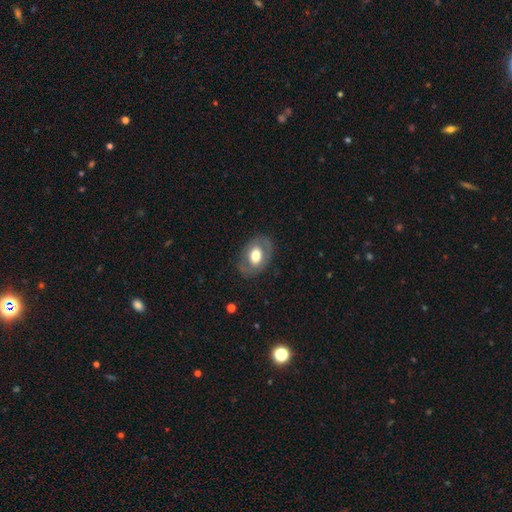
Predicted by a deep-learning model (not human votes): Smooth or featured? smooth (53%)
How rounded? in between (77%)
Merging? none (77%)